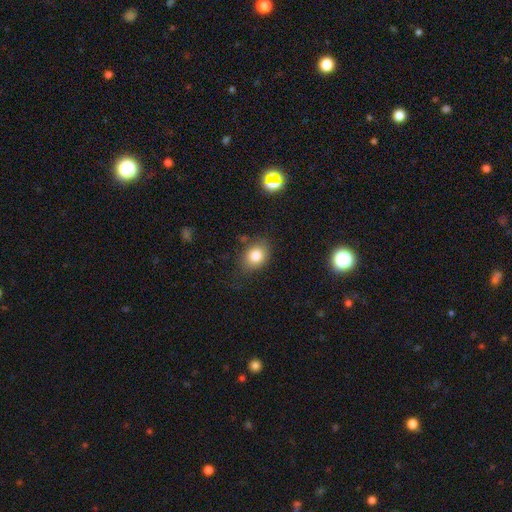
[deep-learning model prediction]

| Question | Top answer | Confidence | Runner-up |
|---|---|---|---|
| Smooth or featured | smooth | 81% | star or artifact (11%) |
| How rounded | in between | 53% | round (46%) |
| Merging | none | 76% | minor disturbance (17%) |